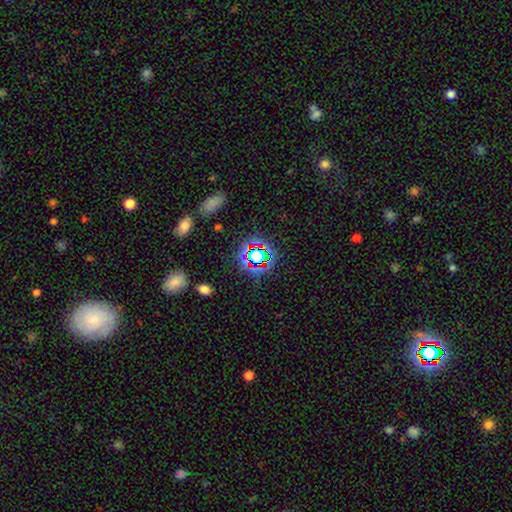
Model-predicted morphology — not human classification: Smooth or featured? Predicted: star or artifact (p=0.68).